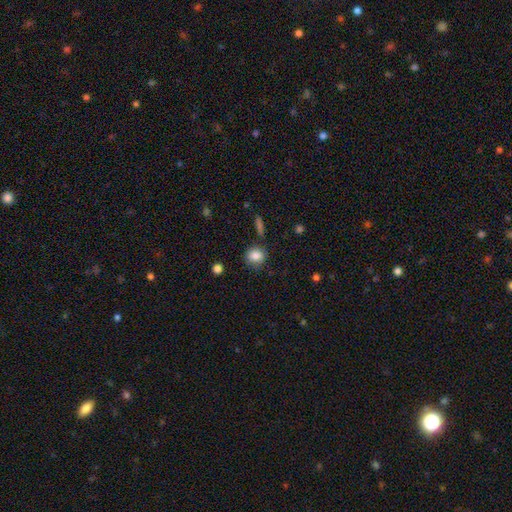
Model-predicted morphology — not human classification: Overall: smooth (84%). How rounded: round (78%). Merging: none (78%).